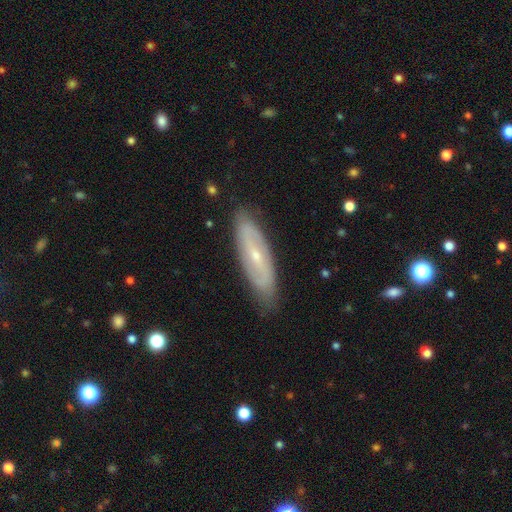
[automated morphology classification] type=featured or disk (67%); edge-on=no (75%); bar=no (43%); spiral arms=yes (70%); bulge=small (71%); merging=none (82%).